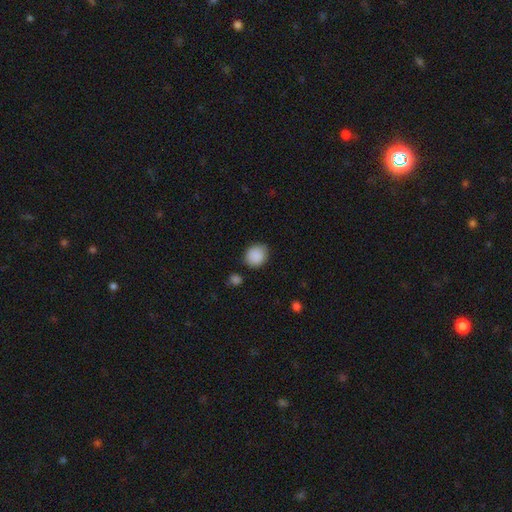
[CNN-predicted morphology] Smooth or featured? Predicted: smooth (p=0.89). How rounded? Predicted: round (p=0.74). Merging? Predicted: none (p=0.80).